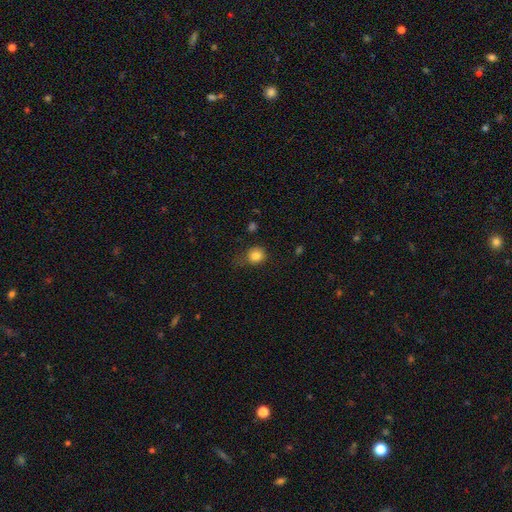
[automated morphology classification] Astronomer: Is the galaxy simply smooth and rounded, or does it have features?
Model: smooth — 84%.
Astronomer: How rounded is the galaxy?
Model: round — 84%.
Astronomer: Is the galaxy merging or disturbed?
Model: none — 66%.